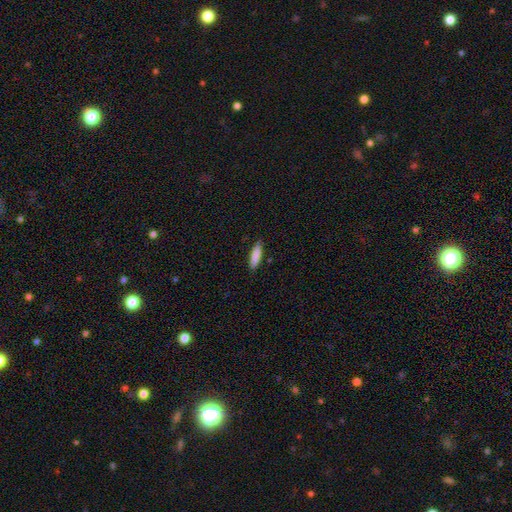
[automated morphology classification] Q: Smooth or featured?
A: smooth (87%); runner-up: featured or disk (7%)
Q: How rounded?
A: cigar-shaped (69%); runner-up: in between (30%)
Q: Merging?
A: none (87%); runner-up: minor disturbance (10%)